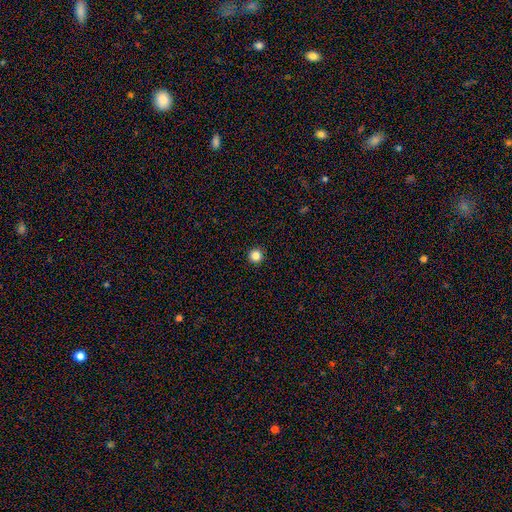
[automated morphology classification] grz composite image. It shows a smooth galaxy with no disk features (85%) that is round (96%). Merging: none (94%).